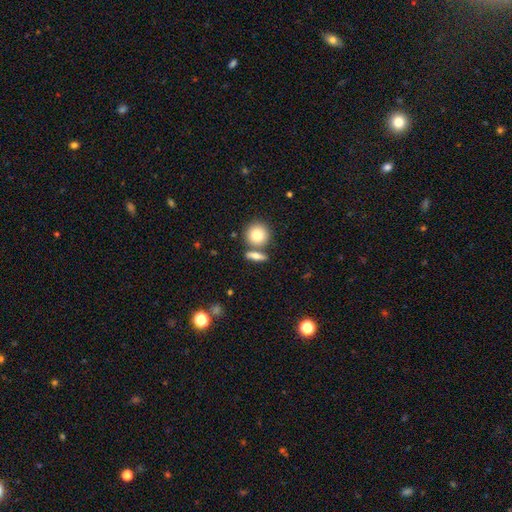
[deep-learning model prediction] Q: Smooth or featured?
A: smooth (69%); runner-up: featured or disk (22%)
Q: How rounded?
A: round (39%); runner-up: in between (37%)
Q: Merging?
A: none (69%); runner-up: merger (18%)